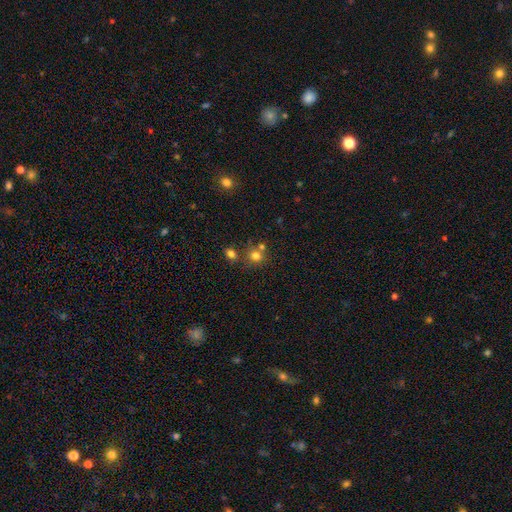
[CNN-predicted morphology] A smooth galaxy with no disk features (75%) that is round (84%).

Vote fractions:
- Smooth or featured? smooth: 75% / star or artifact: 16% / featured or disk: 9%
- How rounded? round: 84% / in between: 15% / cigar-shaped: 1%
- Merging? none: 60% / merger: 26% / minor disturbance: 10% / major disturbance: 4%